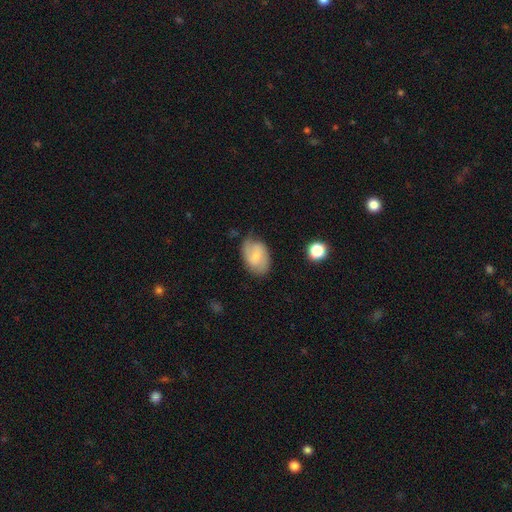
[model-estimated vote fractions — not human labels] A smooth galaxy with no disk features (52%) that is in between round and cigar-shaped (84%).

Vote fractions:
- Smooth or featured? smooth: 52% / featured or disk: 41% / star or artifact: 7%
- How rounded? in between: 84% / round: 15% / cigar-shaped: 1%
- Merging? none: 63% / minor disturbance: 27% / major disturbance: 8% / merger: 2%